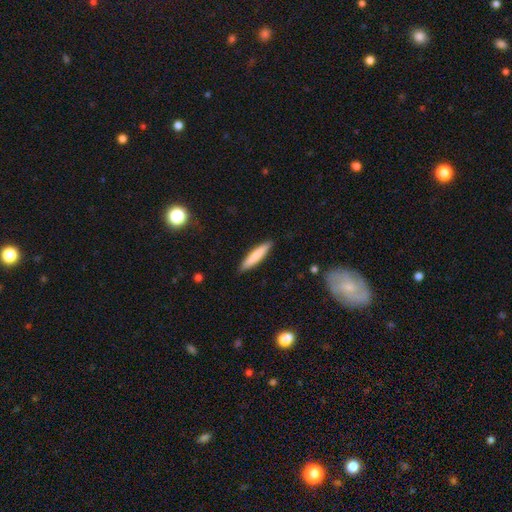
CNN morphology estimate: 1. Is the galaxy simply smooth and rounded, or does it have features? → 79% smooth, 15% featured or disk, 6% star or artifact.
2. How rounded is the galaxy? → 87% cigar-shaped, 11% in between, 1% round.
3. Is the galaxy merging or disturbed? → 88% none, 9% minor disturbance, 2% major disturbance, 1% merger.